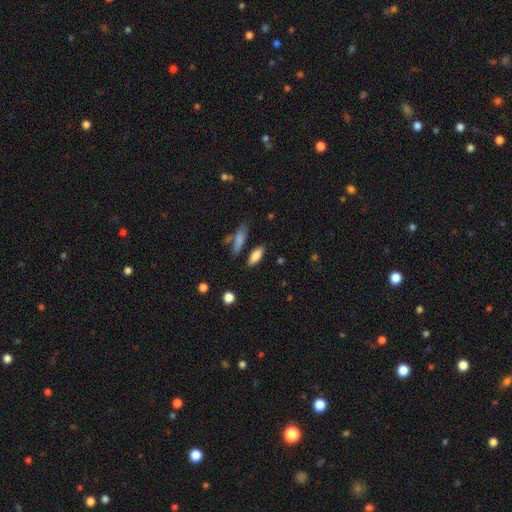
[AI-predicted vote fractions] A smooth galaxy with no disk features (84%) that is in between round and cigar-shaped (66%). Merging: none (79%).